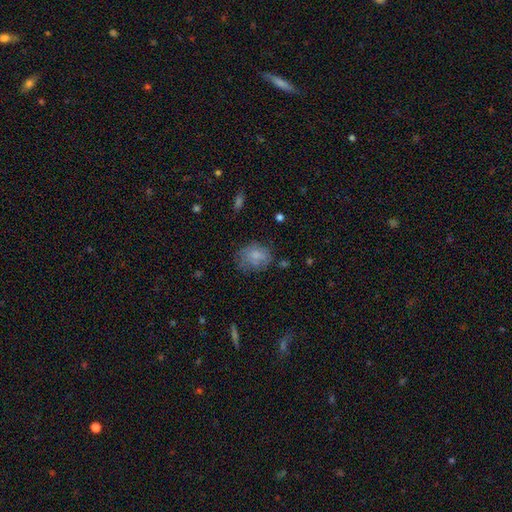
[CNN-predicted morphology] This is likely a smooth galaxy (72%). How rounded: possibly in between (57%). Merging: possibly none (58%).